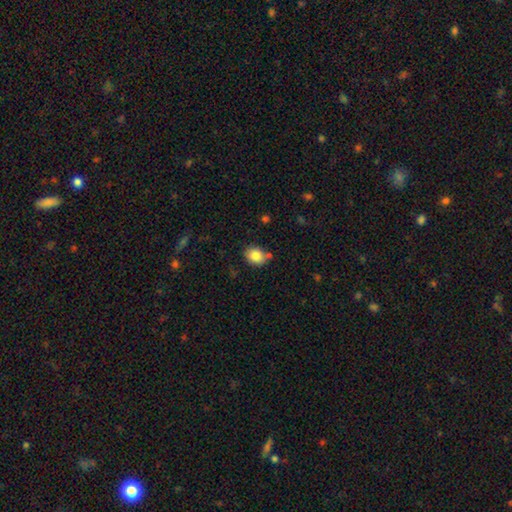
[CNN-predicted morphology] smooth 83%, star or artifact 9%, featured or disk 8%. Down the decision tree: how rounded — round (52%); merging — none (76%).